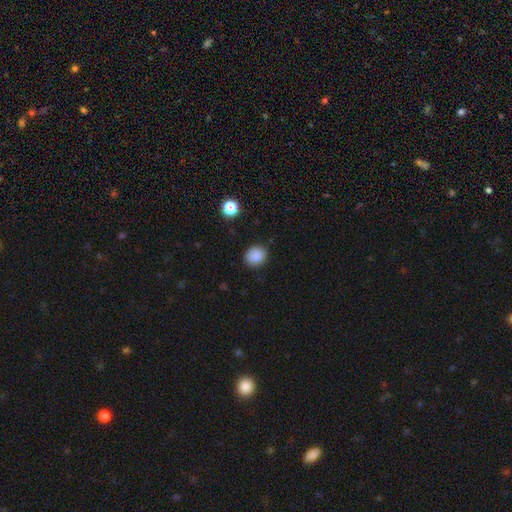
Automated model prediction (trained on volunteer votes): This is clearly a smooth galaxy (87%). How rounded: likely round (74%). Merging: clearly none (87%).